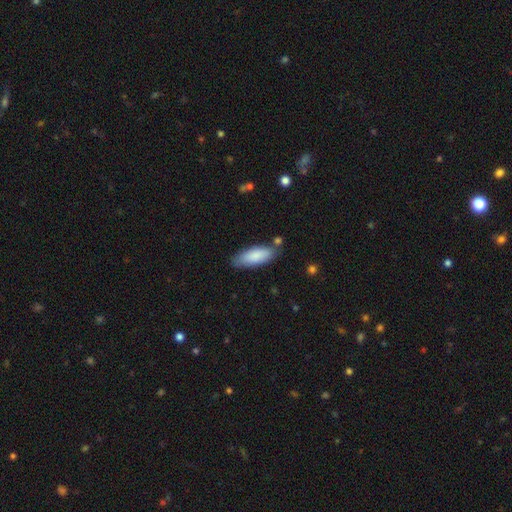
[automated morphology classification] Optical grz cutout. It shows a smooth galaxy with no disk features (85%) that is in between round and cigar-shaped (65%). Merging: none (74%).